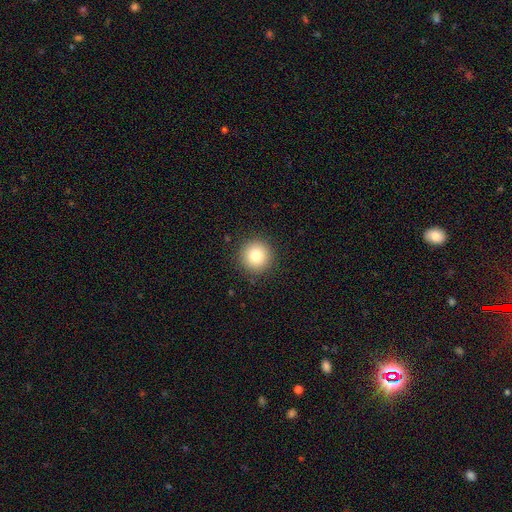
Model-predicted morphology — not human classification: This appears to be a smooth galaxy with no disk features (81%) that is round (95%). Merging: none (91%).